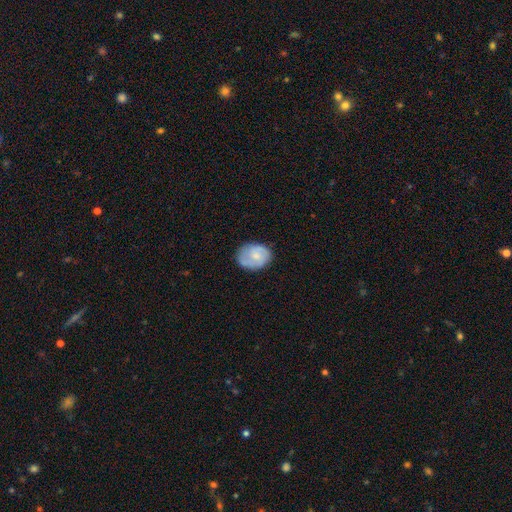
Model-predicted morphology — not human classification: This appears to be a smooth galaxy with no disk features (60%) that is in between round and cigar-shaped (57%). Merging: none (67%).